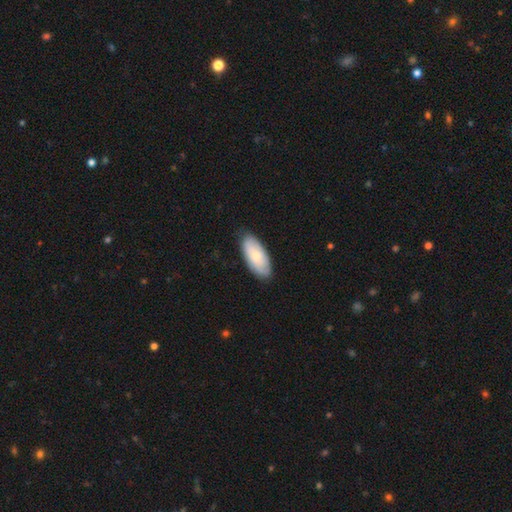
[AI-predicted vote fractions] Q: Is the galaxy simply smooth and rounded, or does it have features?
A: smooth — 70%.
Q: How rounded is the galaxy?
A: in between — 89%.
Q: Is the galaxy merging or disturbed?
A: none — 82%.